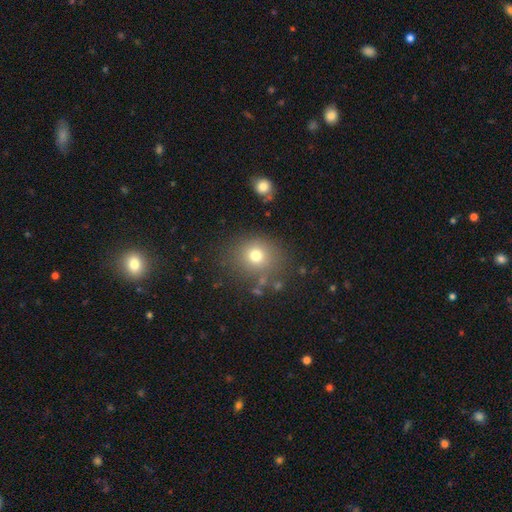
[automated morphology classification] Smooth or featured?
  - smooth: 74% *
  - star or artifact: 15%
  - featured or disk: 11%
How rounded?
  - round: 78% *
  - in between: 21%
  - cigar-shaped: 1%
Merging?
  - none: 80% *
  - minor disturbance: 11%
  - major disturbance: 5%
  - merger: 4%